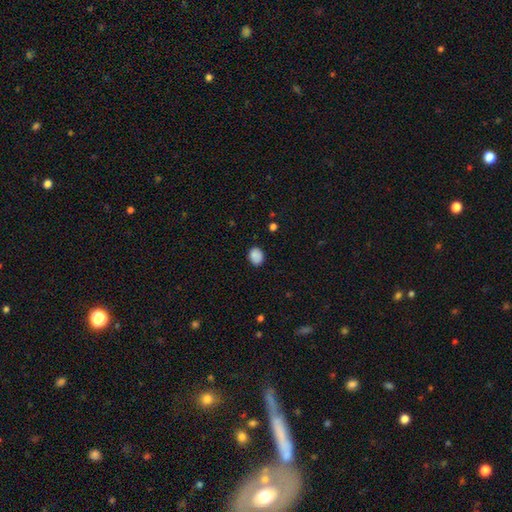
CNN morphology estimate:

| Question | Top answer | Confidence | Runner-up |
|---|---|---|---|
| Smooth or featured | smooth | 87% | star or artifact (9%) |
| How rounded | in between | 55% | round (44%) |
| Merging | none | 81% | minor disturbance (14%) |